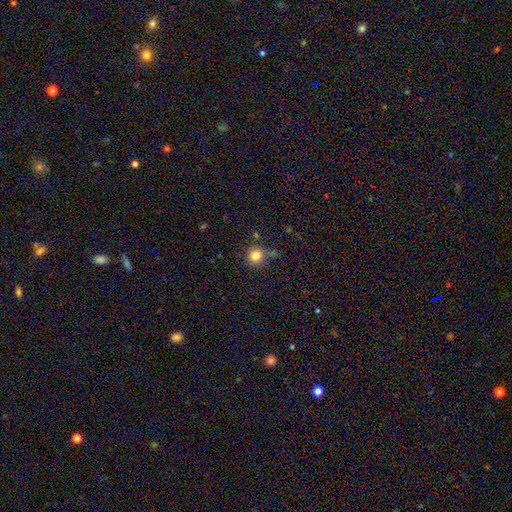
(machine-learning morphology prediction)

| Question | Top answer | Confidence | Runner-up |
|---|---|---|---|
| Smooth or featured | smooth | 82% | star or artifact (12%) |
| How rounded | round | 92% | in between (7%) |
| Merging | none | 75% | minor disturbance (14%) |